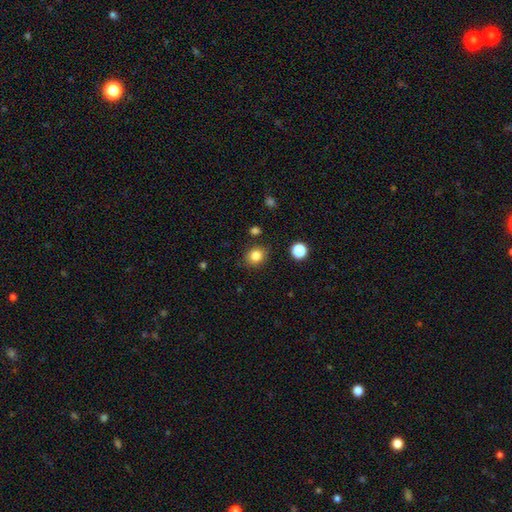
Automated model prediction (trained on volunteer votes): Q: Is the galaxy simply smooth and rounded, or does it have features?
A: smooth — 83%.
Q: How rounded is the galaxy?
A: round — 70%.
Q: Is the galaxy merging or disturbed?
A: none — 84%.